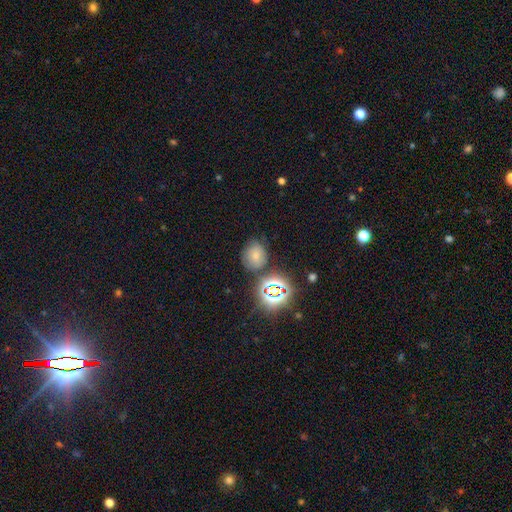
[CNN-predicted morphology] smooth-or-featured: smooth: 61% | star or artifact: 26% | featured or disk: 13%
  how-rounded: round: 65% | in between: 34% | cigar-shaped: 1%
  merging: none: 71% | minor disturbance: 16% | merger: 8% | major disturbance: 5%